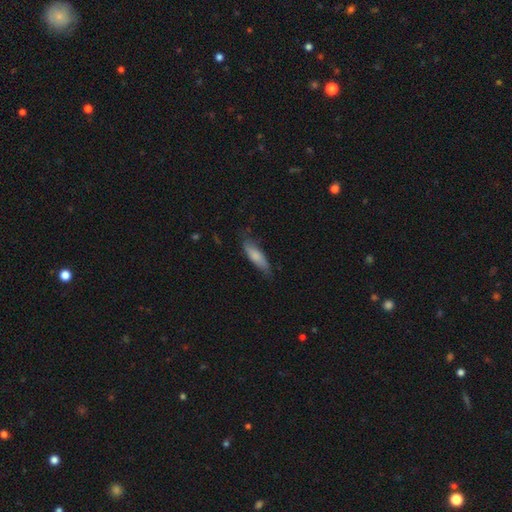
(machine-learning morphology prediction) This appears to be a smooth galaxy with no disk features (75%) that is cigar-shaped (53%). Merging: none (67%).